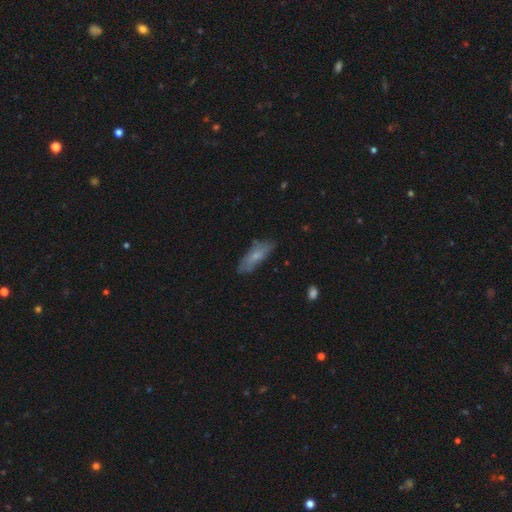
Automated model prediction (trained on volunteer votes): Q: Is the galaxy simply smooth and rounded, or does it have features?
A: smooth — 66%.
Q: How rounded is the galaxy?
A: in between — 55%.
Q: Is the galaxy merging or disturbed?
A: none — 71%.